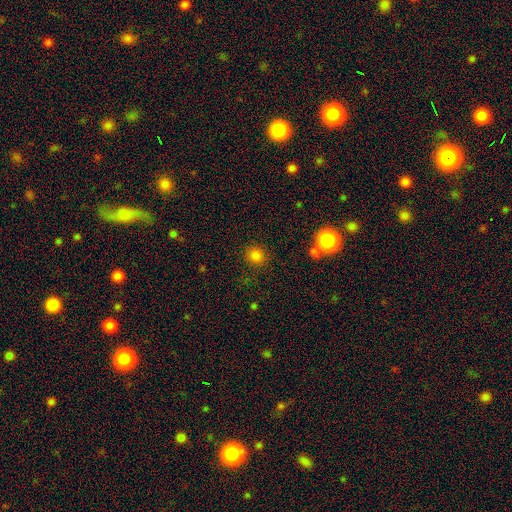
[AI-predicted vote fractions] Smooth or featured? smooth (81%)
How rounded? round (87%)
Merging? none (86%)